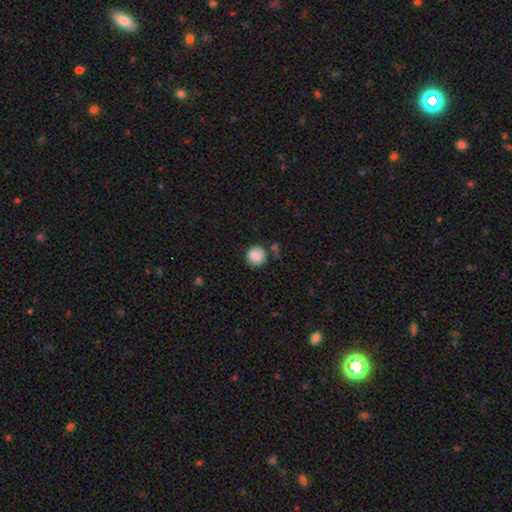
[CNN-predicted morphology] Smooth or featured: smooth — 85% (star or artifact — 8%)
How rounded: round — 90% (in between — 9%)
Merging: none — 72% (minor disturbance — 15%)